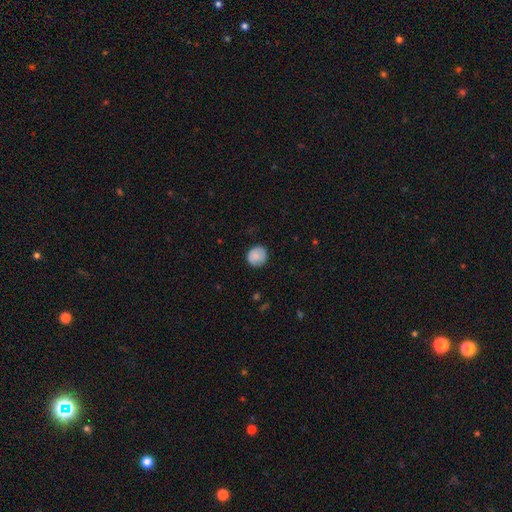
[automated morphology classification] This appears to be a smooth galaxy with no disk features (84%) that is round (89%). Merging: none (83%).